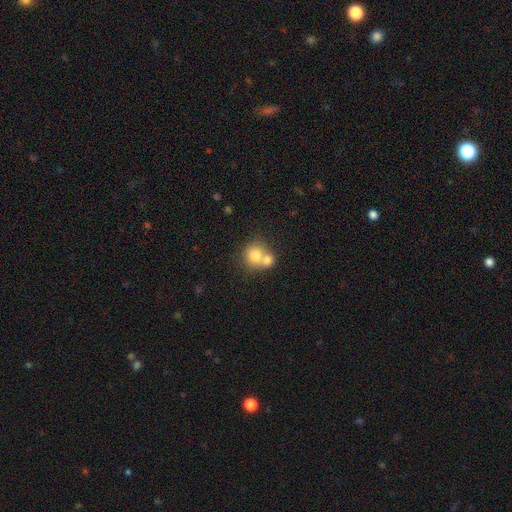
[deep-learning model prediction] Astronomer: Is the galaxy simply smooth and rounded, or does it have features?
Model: smooth — 76%.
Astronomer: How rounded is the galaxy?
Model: round — 82%.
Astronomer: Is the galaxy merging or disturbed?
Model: merger — 56% (runner-up: none, 34%).